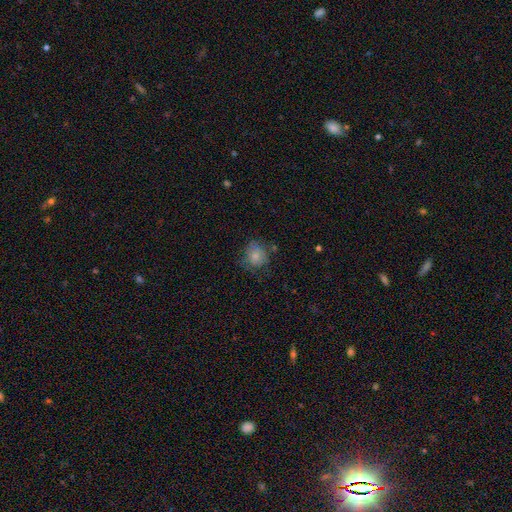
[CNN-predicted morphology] A smooth galaxy with no disk features (72%) that is round (68%).

Vote fractions:
- Smooth or featured? smooth: 72% / featured or disk: 18% / star or artifact: 9%
- How rounded? round: 68% / in between: 31% / cigar-shaped: 1%
- Merging? none: 52% / minor disturbance: 29% / major disturbance: 16% / merger: 3%